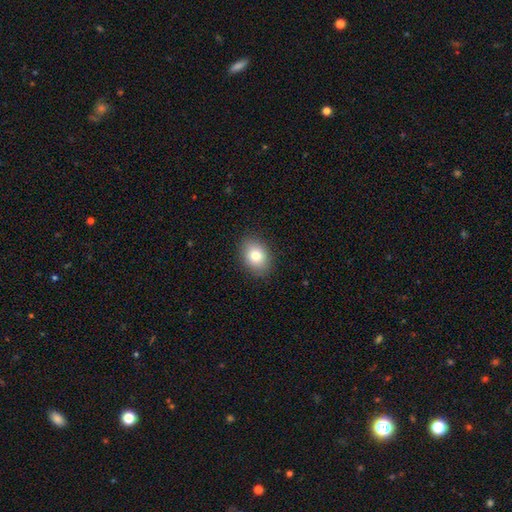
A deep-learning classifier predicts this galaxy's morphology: Overall: smooth (81%). How rounded: in between (70%). Merging: none (88%).